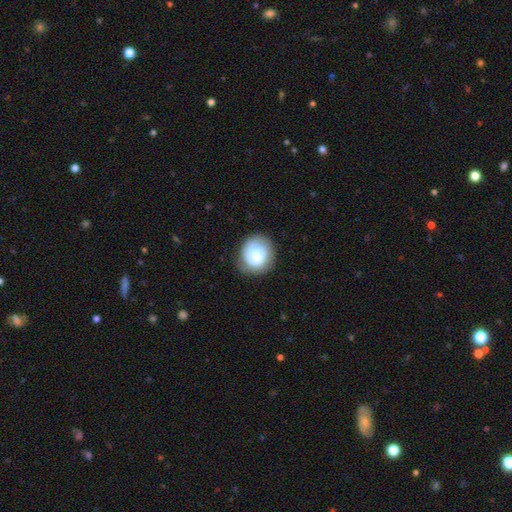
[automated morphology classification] Overall: smooth (62%; featured or disk 30%). How rounded: round (80%). Merging: none (69%).